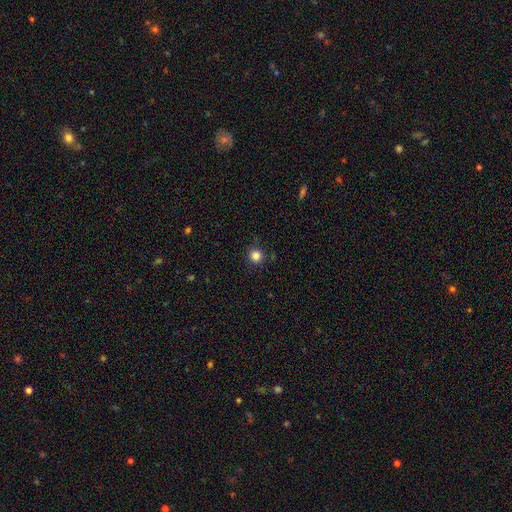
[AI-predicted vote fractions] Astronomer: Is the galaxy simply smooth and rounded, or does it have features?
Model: smooth — 85%.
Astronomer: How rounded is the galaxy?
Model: round — 94%.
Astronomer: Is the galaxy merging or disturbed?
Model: none — 89%.